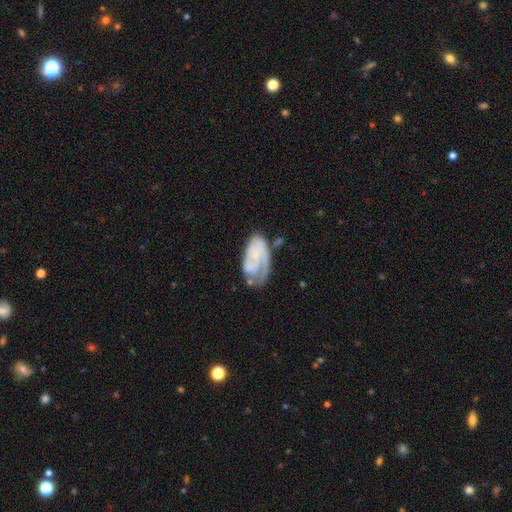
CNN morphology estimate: type=featured or disk (63%); edge-on=no (96%); bar=no (73%); spiral arms=yes (79%); bulge=small (48%); merging=none (41%).